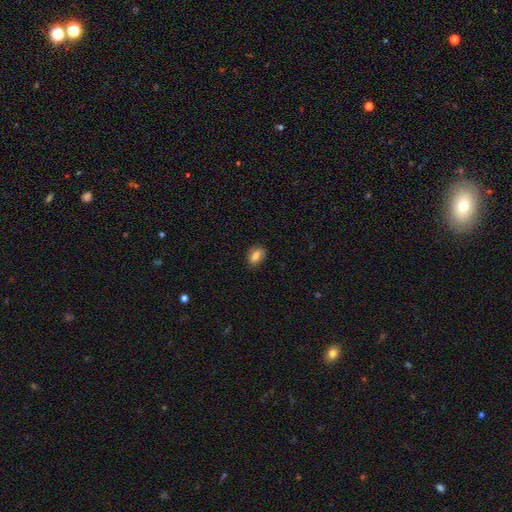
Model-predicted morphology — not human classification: type=smooth (74%); roundness=in between (76%); merging=none (81%).